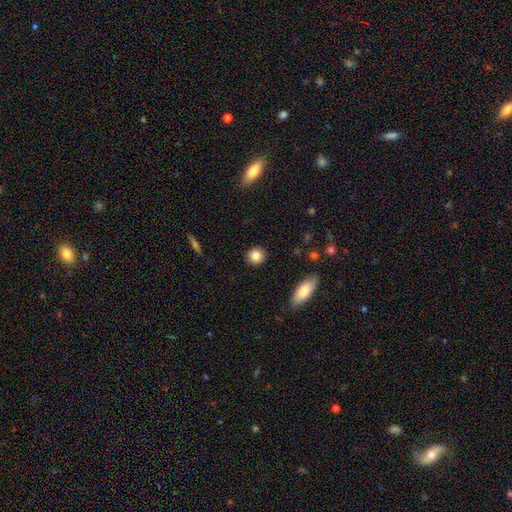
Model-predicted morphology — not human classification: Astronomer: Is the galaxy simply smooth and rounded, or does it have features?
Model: smooth — 85%.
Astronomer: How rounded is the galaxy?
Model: round — 87%.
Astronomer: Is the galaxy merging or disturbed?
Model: none — 91%.